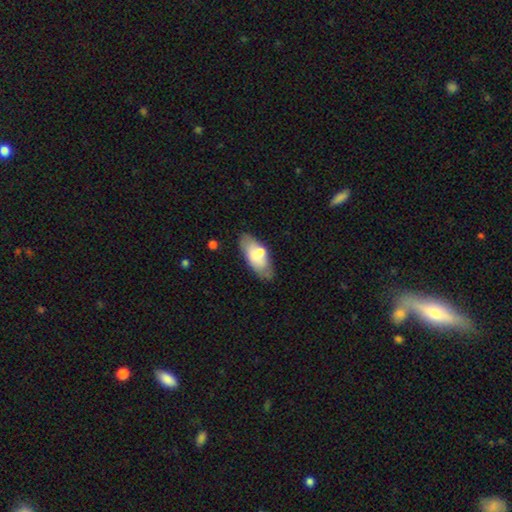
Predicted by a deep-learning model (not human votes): A smooth galaxy with no disk features (68%) that is in between round and cigar-shaped (88%).

Vote fractions:
- Smooth or featured? smooth: 68% / featured or disk: 25% / star or artifact: 7%
- How rounded? in between: 88% / cigar-shaped: 10% / round: 2%
- Merging? none: 62% / minor disturbance: 22% / merger: 9% / major disturbance: 7%